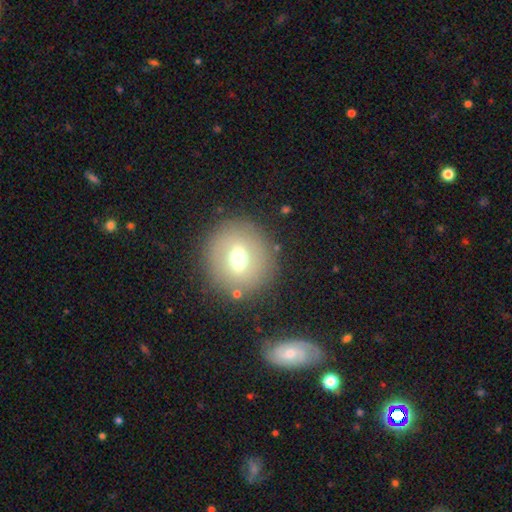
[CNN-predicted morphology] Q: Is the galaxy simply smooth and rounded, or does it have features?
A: smooth — 59%.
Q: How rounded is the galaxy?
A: round — 80%.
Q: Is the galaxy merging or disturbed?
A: none — 81%.